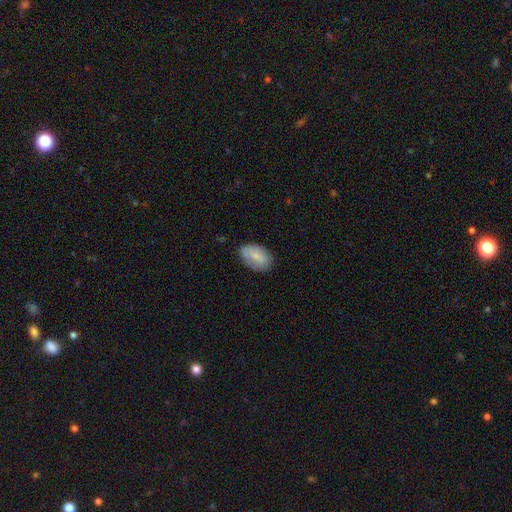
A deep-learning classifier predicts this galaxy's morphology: This appears to be a smooth galaxy with no disk features (78%) that is in between round and cigar-shaped (91%). Merging: none (75%).